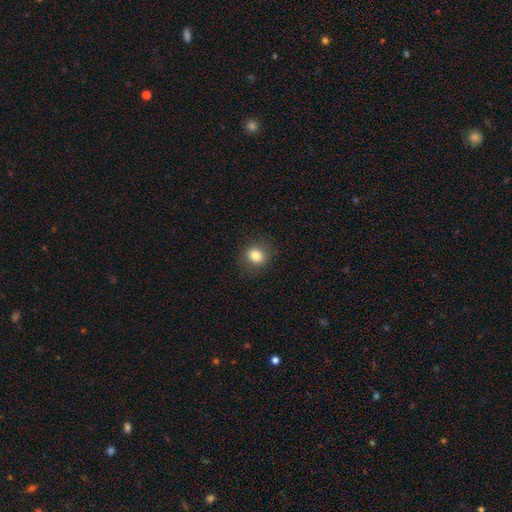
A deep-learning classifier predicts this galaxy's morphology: Smooth or featured? Predicted: smooth (p=0.82). How rounded? Predicted: round (p=0.75). Merging? Predicted: none (p=0.88).